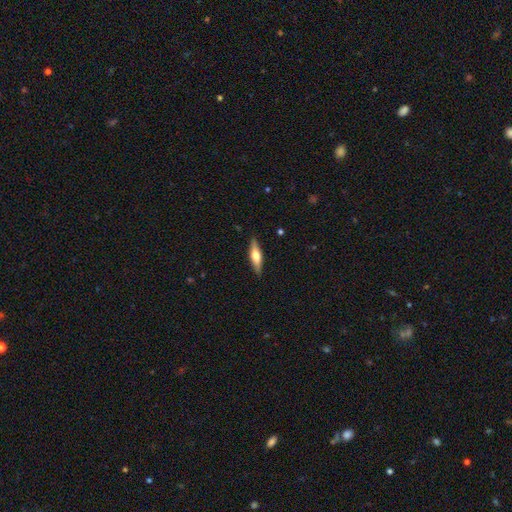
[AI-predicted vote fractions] This is possibly a smooth galaxy (50%). Merging: clearly none (88%).